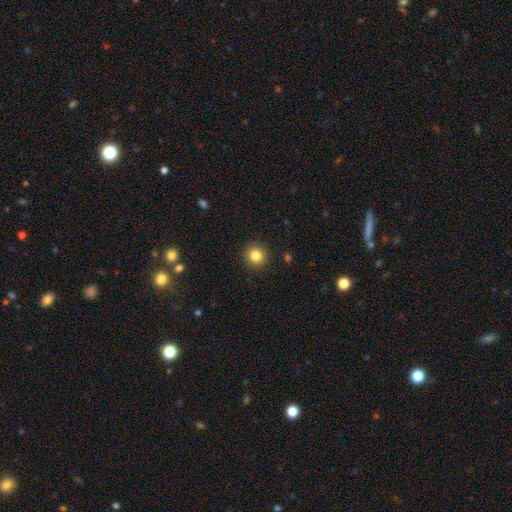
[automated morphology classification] Smooth or featured: smooth — 84% (star or artifact — 11%)
How rounded: round — 92% (in between — 7%)
Merging: none — 92% (minor disturbance — 5%)